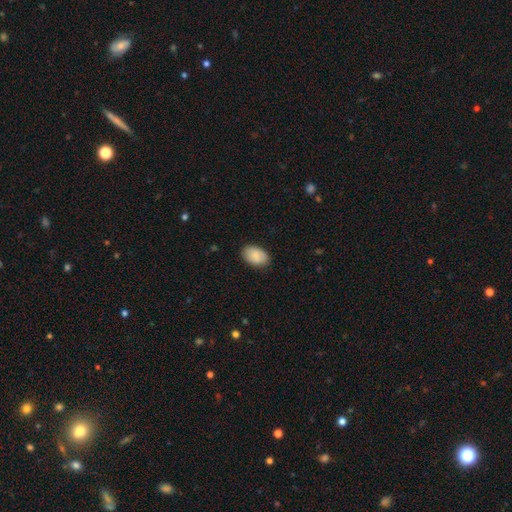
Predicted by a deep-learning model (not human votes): This is clearly a smooth galaxy (86%). How rounded: clearly in between (90%). Merging: clearly none (85%).